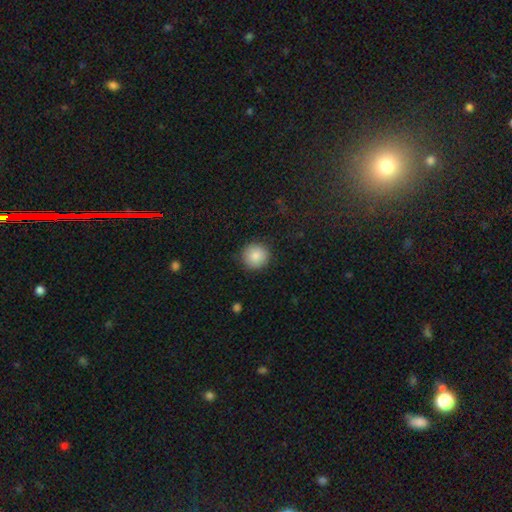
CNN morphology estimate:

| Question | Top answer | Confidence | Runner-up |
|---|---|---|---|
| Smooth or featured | smooth | 86% | star or artifact (8%) |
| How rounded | round | 94% | in between (5%) |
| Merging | none | 89% | minor disturbance (7%) |